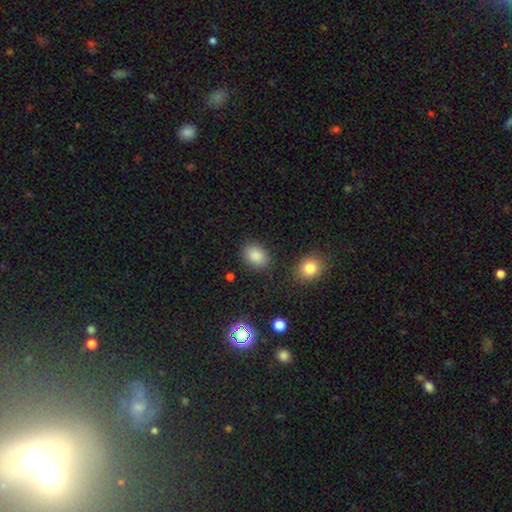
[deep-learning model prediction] Overall: smooth (86%). How rounded: in between (66%; round 33%). Merging: none (83%).